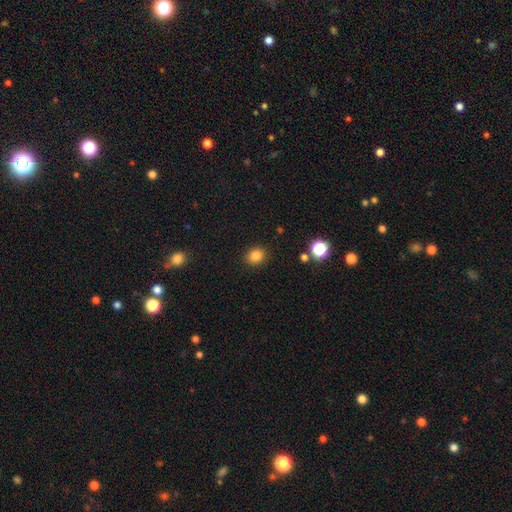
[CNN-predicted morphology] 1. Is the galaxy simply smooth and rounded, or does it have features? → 83% smooth, 12% star or artifact, 5% featured or disk.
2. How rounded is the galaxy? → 66% round, 33% in between, 1% cigar-shaped.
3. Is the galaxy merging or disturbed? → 89% none, 7% minor disturbance, 2% major disturbance, 1% merger.